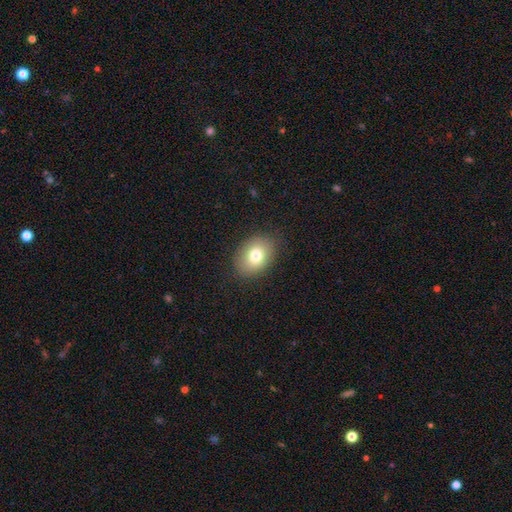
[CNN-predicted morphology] Smooth or featured?
  - smooth: 78% *
  - featured or disk: 12%
  - star or artifact: 10%
How rounded?
  - in between: 69% *
  - round: 30%
  - cigar-shaped: 1%
Merging?
  - none: 86% *
  - minor disturbance: 10%
  - major disturbance: 3%
  - merger: 1%